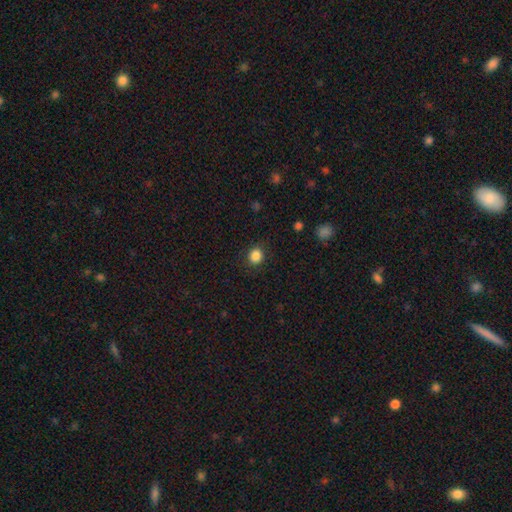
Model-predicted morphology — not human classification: type=smooth (86%); roundness=round (75%); merging=none (88%).